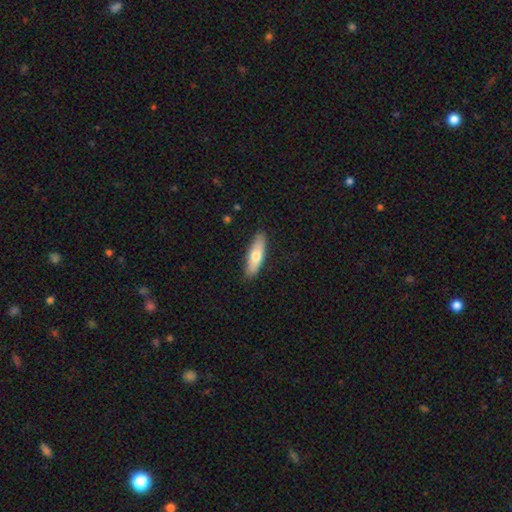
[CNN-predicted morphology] The model was most divided on "how rounded": cigar-shaped: 56%, in between: 42%, round: 2%. More confident: merging — none (87%); smooth or featured — smooth (64%).